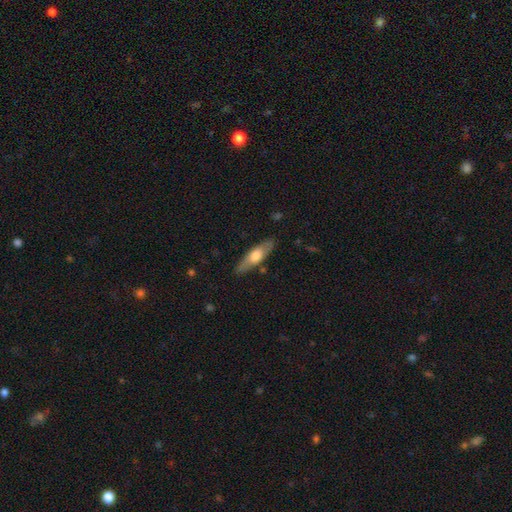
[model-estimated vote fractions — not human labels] The model was most divided on "smooth or featured": smooth: 53%, featured or disk: 42%, star or artifact: 5%. More confident: merging — none (85%); how rounded — cigar-shaped (58%).